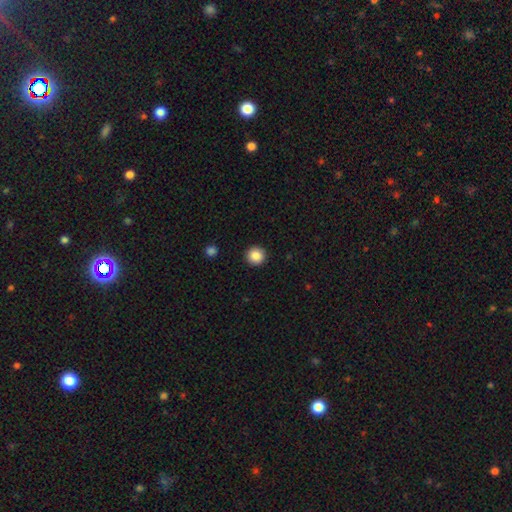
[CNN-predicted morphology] Q: Smooth or featured?
A: smooth (86%); runner-up: star or artifact (10%)
Q: How rounded?
A: round (95%); runner-up: in between (4%)
Q: Merging?
A: none (93%); runner-up: minor disturbance (4%)